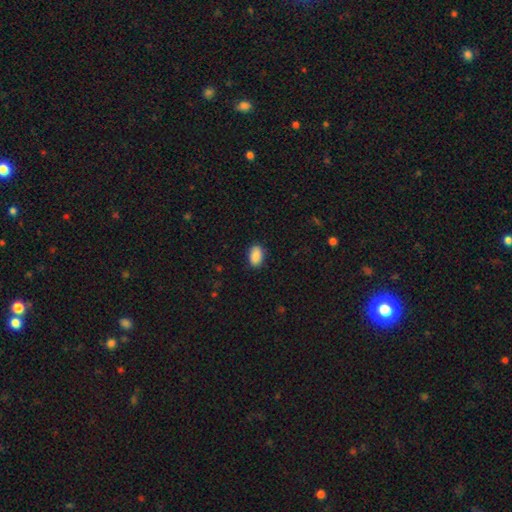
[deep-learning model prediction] This appears to be a smooth galaxy with no disk features (89%) that is in between round and cigar-shaped (91%). Merging: none (87%).